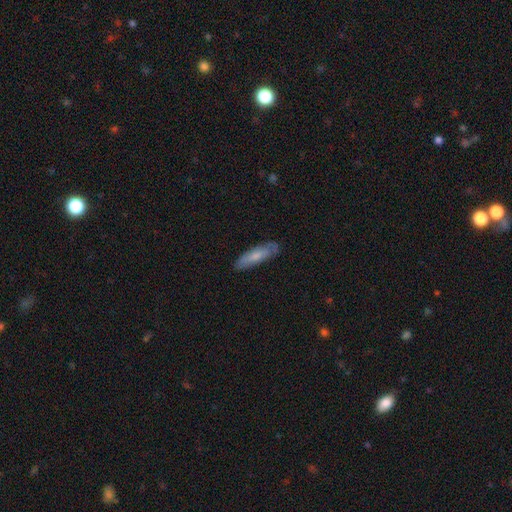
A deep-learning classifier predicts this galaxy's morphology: Smooth or featured? Predicted: smooth (p=0.63). How rounded? Predicted: cigar-shaped (p=0.60). Merging? Predicted: none (p=0.75).